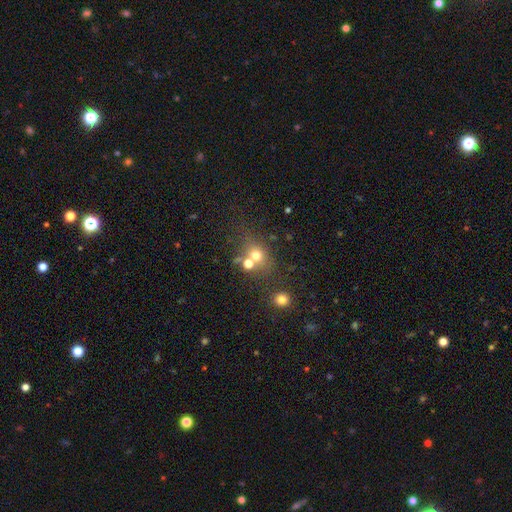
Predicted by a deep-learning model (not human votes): A smooth galaxy with no disk features (66%) that is round (71%).

Vote fractions:
- Smooth or featured? smooth: 66% / star or artifact: 19% / featured or disk: 15%
- How rounded? round: 71% / in between: 27% / cigar-shaped: 1%
- Merging? none: 53% / merger: 29% / minor disturbance: 11% / major disturbance: 6%